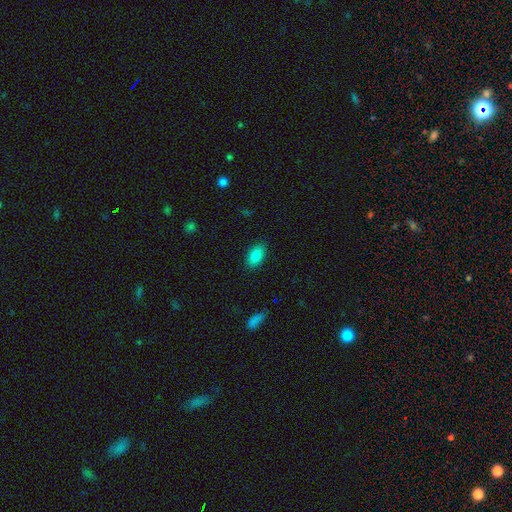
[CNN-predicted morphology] smooth-or-featured: smooth: 85% | star or artifact: 8% | featured or disk: 7%
  how-rounded: in between: 92% | round: 6% | cigar-shaped: 2%
  merging: none: 88% | minor disturbance: 9% | major disturbance: 2% | merger: 1%